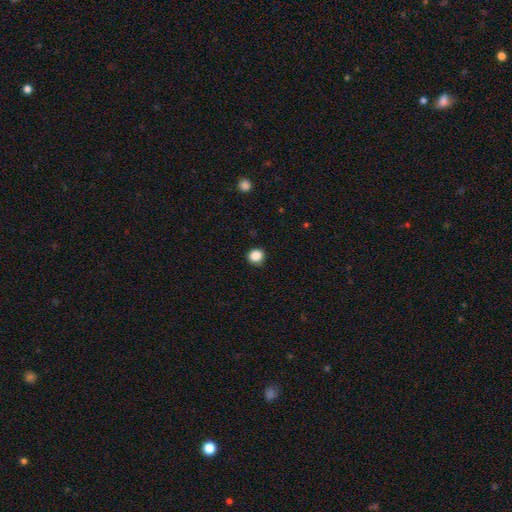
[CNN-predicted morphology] Smooth or featured? Predicted: smooth (p=0.87). How rounded? Predicted: round (p=0.88). Merging? Predicted: none (p=0.89).